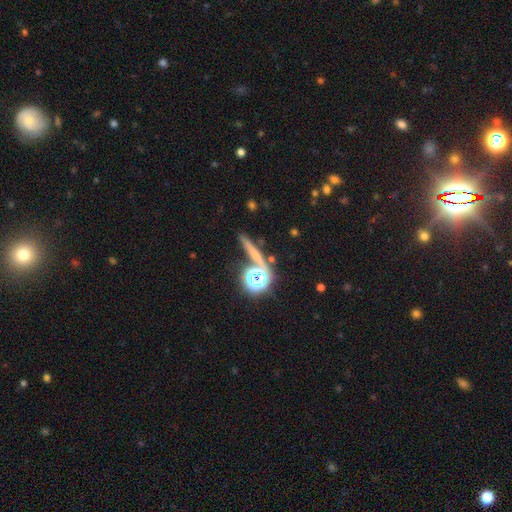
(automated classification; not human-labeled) Overall: smooth (42%; star or artifact 32%). Merging: none (73%).